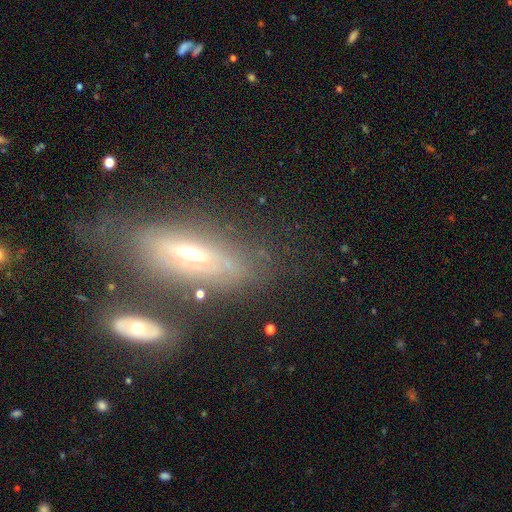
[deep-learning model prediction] smooth_or_featured: featured or disk (p=0.58) [alt: smooth p=0.30]
disk_edge_on: yes (p=0.54) [alt: no p=0.46]
merging: none (p=0.61) [alt: minor disturbance p=0.17]